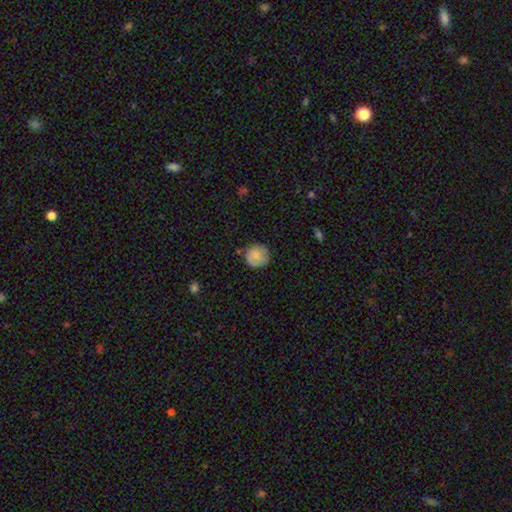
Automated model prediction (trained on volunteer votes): A smooth galaxy with no disk features (81%) that is round (91%).

Vote fractions:
- Smooth or featured? smooth: 81% / featured or disk: 12% / star or artifact: 8%
- How rounded? round: 91% / in between: 8% / cigar-shaped: 1%
- Merging? none: 76% / minor disturbance: 18% / major disturbance: 4% / merger: 2%